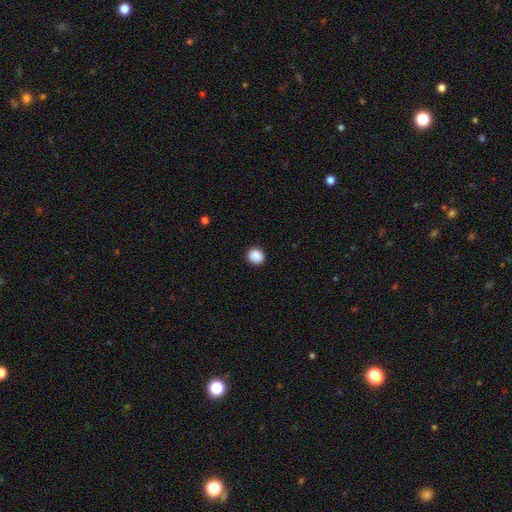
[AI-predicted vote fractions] smooth-or-featured: smooth: 89% | star or artifact: 8% | featured or disk: 2%
  how-rounded: round: 81% | in between: 18% | cigar-shaped: 1%
  merging: none: 91% | minor disturbance: 6% | major disturbance: 2% | merger: 1%